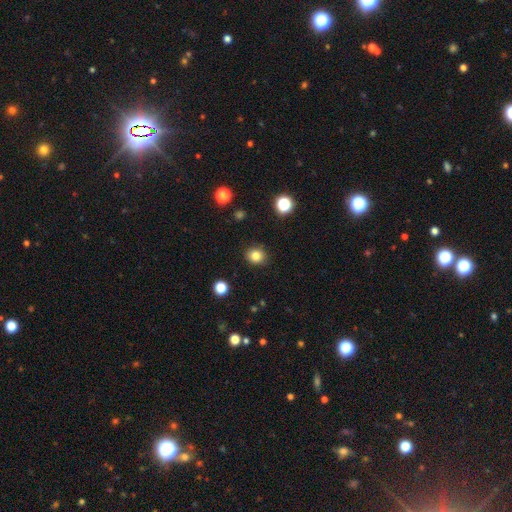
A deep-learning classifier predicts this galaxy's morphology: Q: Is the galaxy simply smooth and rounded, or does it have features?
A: smooth — 82%.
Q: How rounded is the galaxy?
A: round — 76%.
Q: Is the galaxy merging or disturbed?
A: none — 90%.